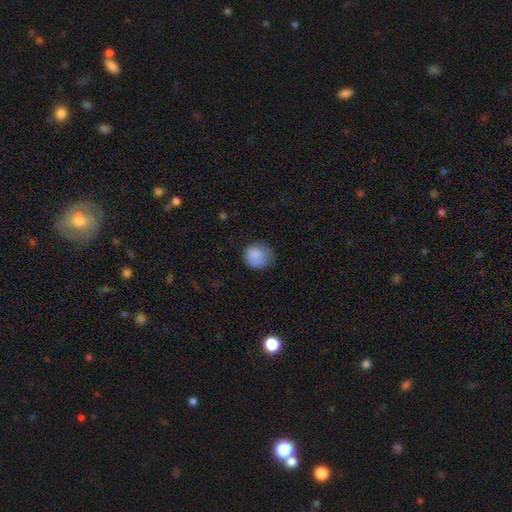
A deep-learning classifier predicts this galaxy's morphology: Smooth or featured: smooth — 84% (featured or disk — 8%)
How rounded: round — 85% (in between — 14%)
Merging: none — 60% (minor disturbance — 29%)